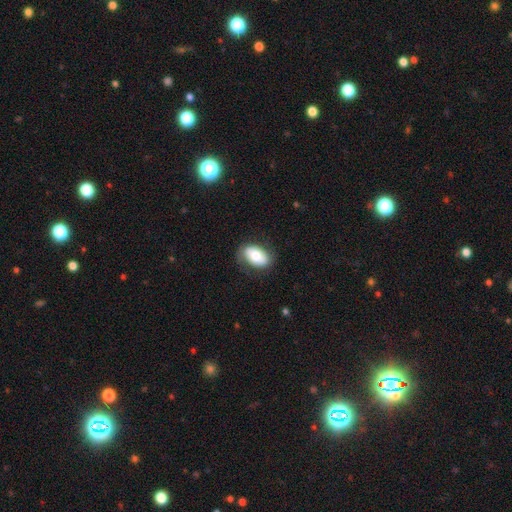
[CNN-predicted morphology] Q: Smooth or featured?
A: smooth (68%); runner-up: featured or disk (26%)
Q: How rounded?
A: in between (89%); runner-up: round (10%)
Q: Merging?
A: none (76%); runner-up: minor disturbance (17%)